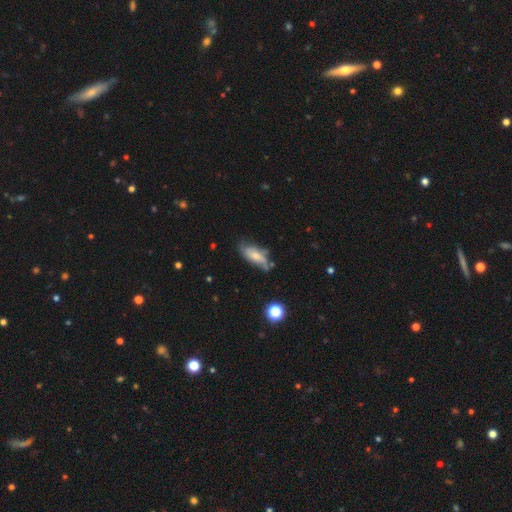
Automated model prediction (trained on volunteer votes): A smooth galaxy with no disk features (58%) that is in between round and cigar-shaped (77%).

Vote fractions:
- Smooth or featured? smooth: 58% / featured or disk: 33% / star or artifact: 9%
- How rounded? in between: 77% / cigar-shaped: 20% / round: 3%
- Merging? none: 47% / minor disturbance: 33% / major disturbance: 13% / merger: 7%